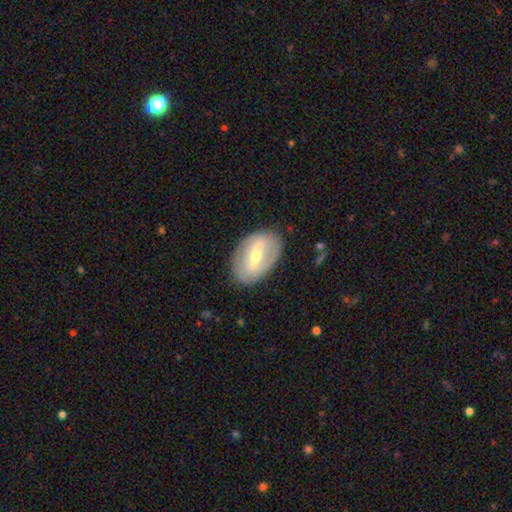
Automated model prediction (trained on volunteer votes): Overall: featured or disk (62%; smooth 32%). Edge-on disk: no (89%). Bar: strong (52%; weak 35%). Spiral arms: no (64%; yes 36%). Bulge size: moderate (57%; small 38%). Merging: none (82%).